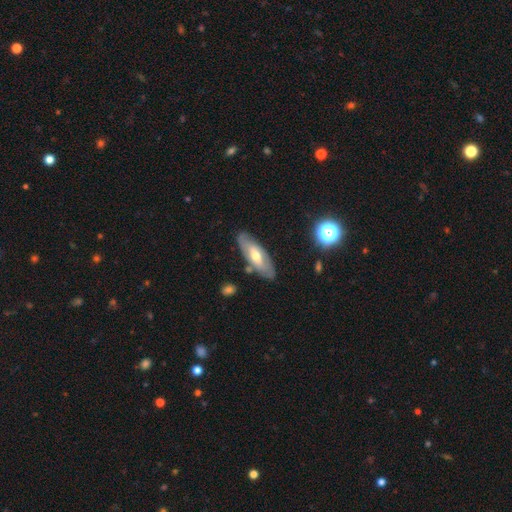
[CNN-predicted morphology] A featured or disk galaxy (53%). Merging: none (80%).